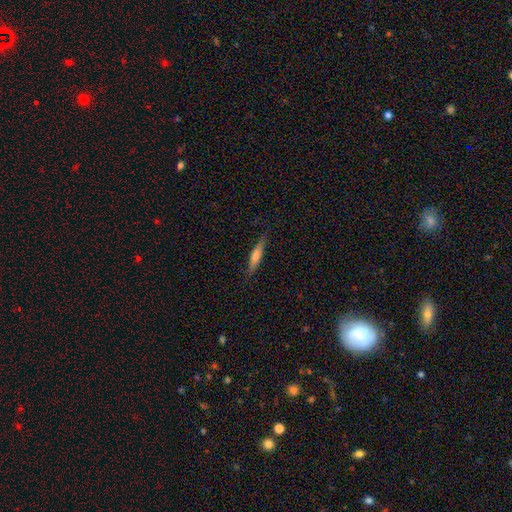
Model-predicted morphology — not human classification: smooth 57%, featured or disk 36%, star or artifact 6%. Down the decision tree: how rounded — cigar-shaped (87%); merging — none (84%).